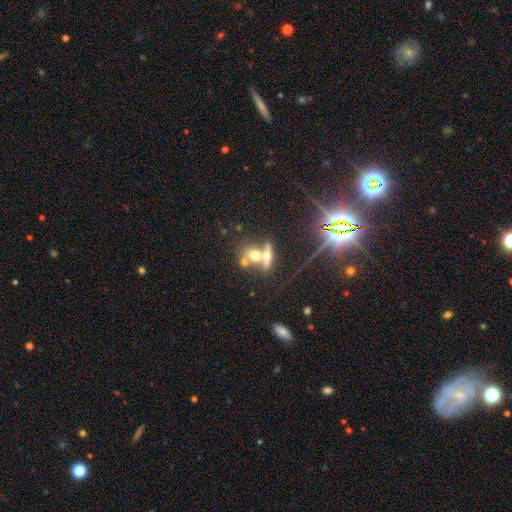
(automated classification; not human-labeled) Morphology: type=smooth (49%); merging=merger (57%).